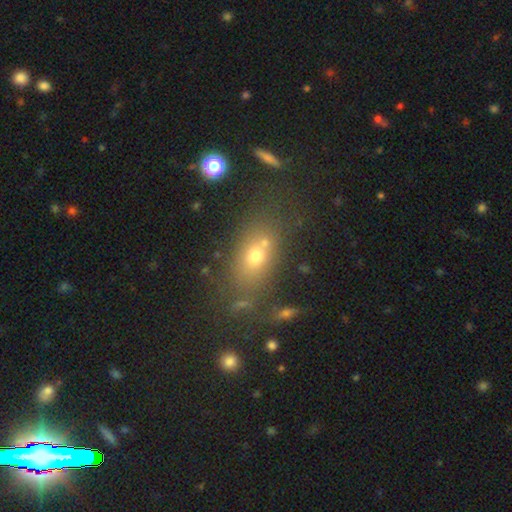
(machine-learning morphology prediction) Smooth or featured?
  - smooth: 62% *
  - star or artifact: 20%
  - featured or disk: 18%
How rounded?
  - in between: 67% *
  - round: 27%
  - cigar-shaped: 6%
Merging?
  - none: 61% *
  - merger: 19%
  - minor disturbance: 13%
  - major disturbance: 7%